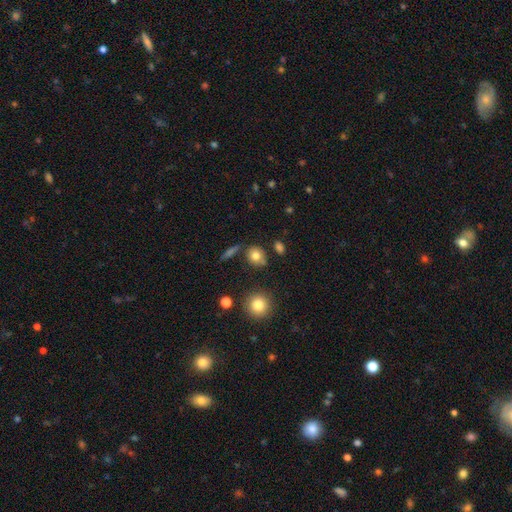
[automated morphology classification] Smooth or featured: smooth — 78% (featured or disk — 12%)
How rounded: round — 66% (in between — 32%)
Merging: none — 76% (minor disturbance — 14%)